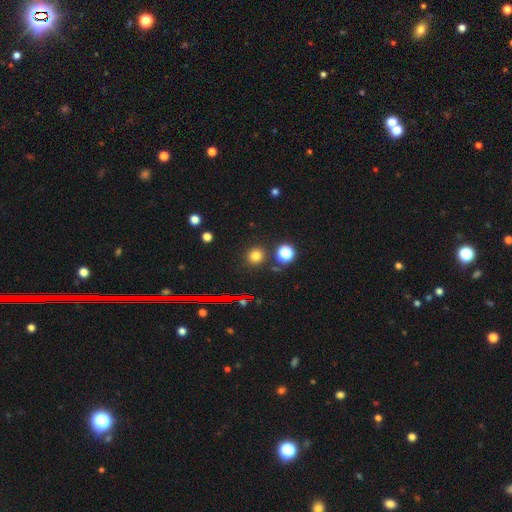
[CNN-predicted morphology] Smooth or featured: smooth — 73% (star or artifact — 20%)
How rounded: round — 91% (in between — 8%)
Merging: none — 86% (minor disturbance — 7%)